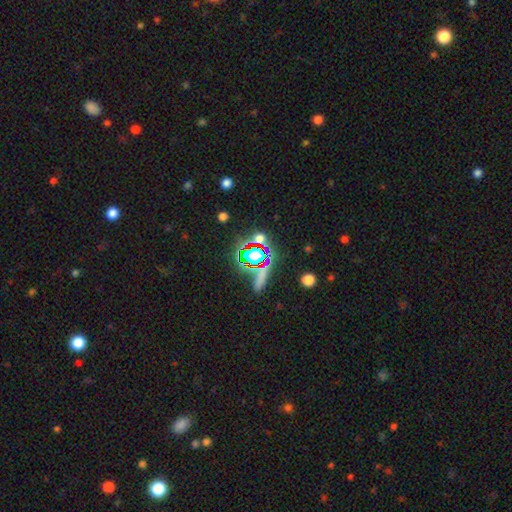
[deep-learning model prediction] smooth-or-featured: star or artifact: 57% | smooth: 29% | featured or disk: 14%